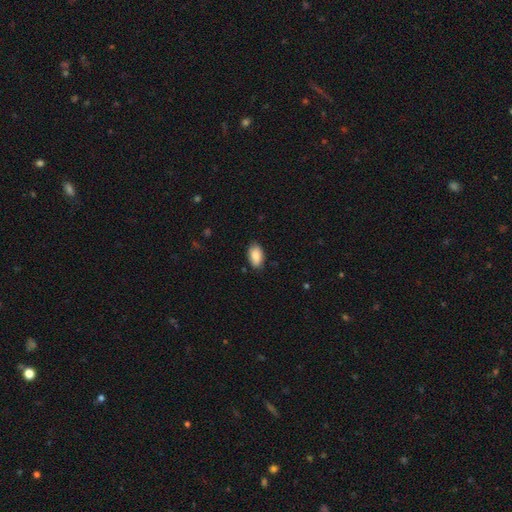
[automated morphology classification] Overall: smooth (87%). How rounded: in between (93%). Merging: none (82%).